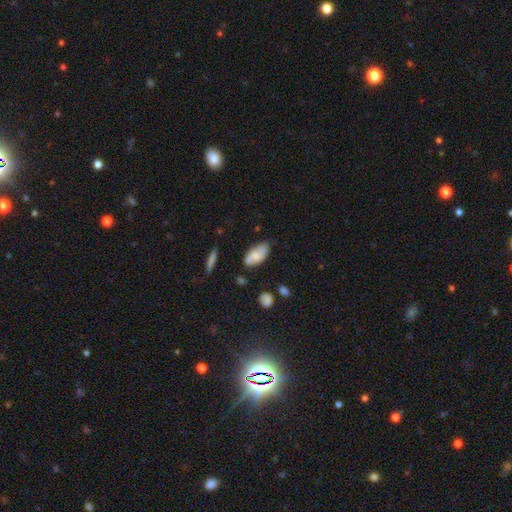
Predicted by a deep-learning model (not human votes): Q: Smooth or featured?
A: smooth (67%); runner-up: featured or disk (26%)
Q: How rounded?
A: in between (92%); runner-up: cigar-shaped (4%)
Q: Merging?
A: none (72%); runner-up: minor disturbance (21%)